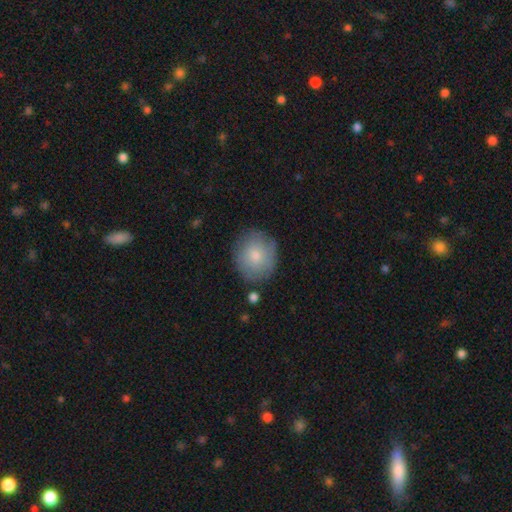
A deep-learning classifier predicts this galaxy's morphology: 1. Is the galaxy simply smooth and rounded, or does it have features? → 77% smooth, 16% featured or disk, 7% star or artifact.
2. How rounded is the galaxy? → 78% round, 21% in between, 1% cigar-shaped.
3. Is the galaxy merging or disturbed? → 78% none, 15% minor disturbance, 4% major disturbance, 3% merger.